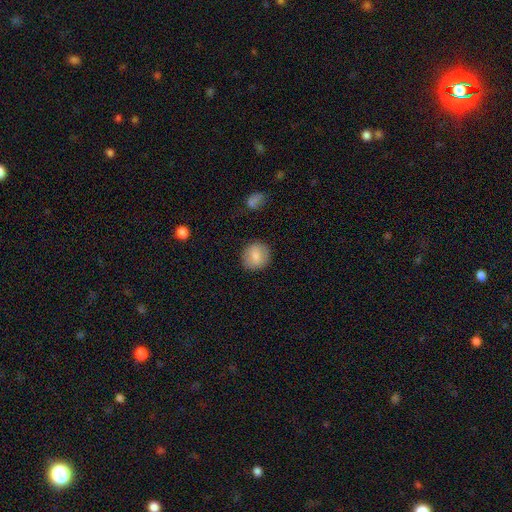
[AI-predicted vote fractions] smooth-or-featured: smooth: 80% | featured or disk: 12% | star or artifact: 8%
  how-rounded: round: 86% | in between: 13% | cigar-shaped: 1%
  merging: none: 88% | minor disturbance: 8% | major disturbance: 2% | merger: 1%